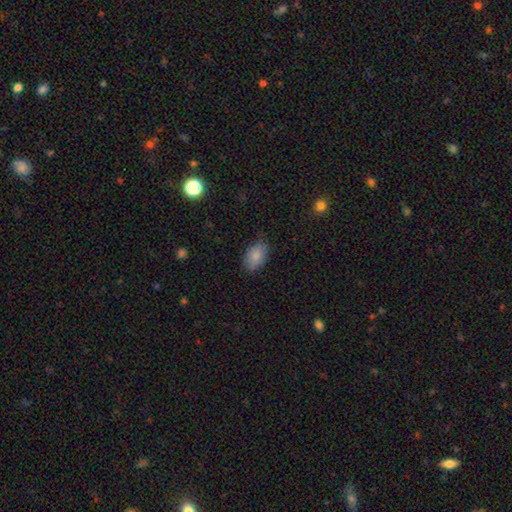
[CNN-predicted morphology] smooth 86%, star or artifact 7%, featured or disk 7%. Down the decision tree: how rounded — in between (90%); merging — none (78%).